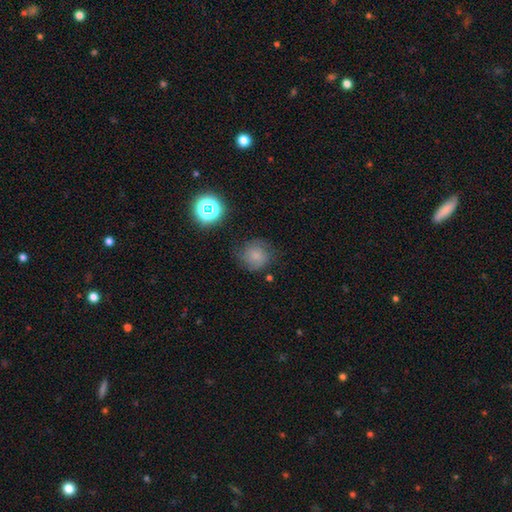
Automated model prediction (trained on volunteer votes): This is likely a smooth galaxy (68%). How rounded: clearly round (89%). Merging: likely none (69%).